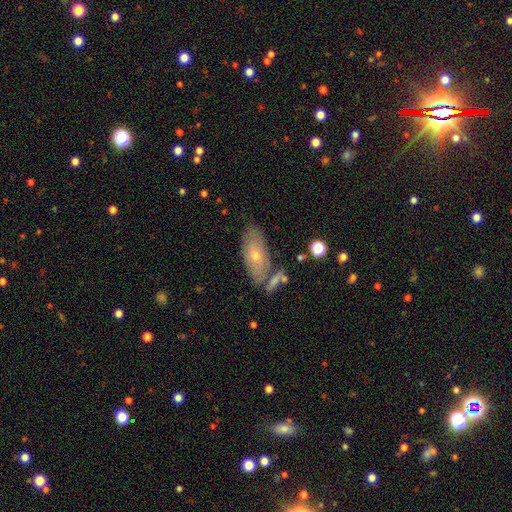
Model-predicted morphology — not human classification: A smooth galaxy with no disk features (52%) that is in between round and cigar-shaped (82%).

Vote fractions:
- Smooth or featured? smooth: 52% / featured or disk: 39% / star or artifact: 8%
- How rounded? in between: 82% / cigar-shaped: 14% / round: 4%
- Merging? none: 66% / minor disturbance: 17% / merger: 12% / major disturbance: 5%